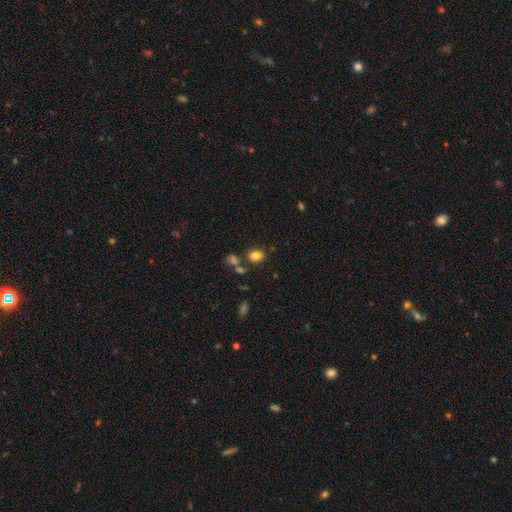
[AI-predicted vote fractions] Overall: smooth (81%). How rounded: round (57%; in between 42%). Merging: none (74%).